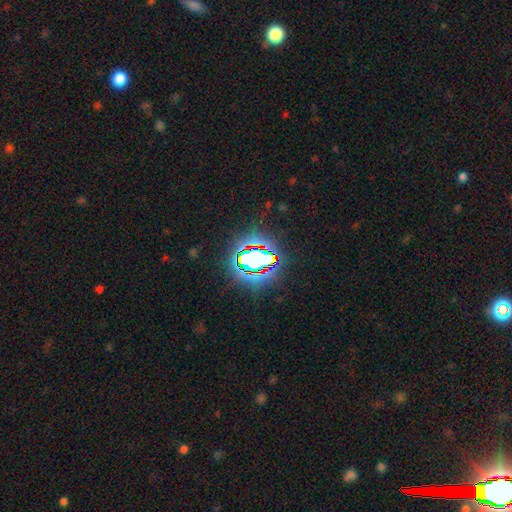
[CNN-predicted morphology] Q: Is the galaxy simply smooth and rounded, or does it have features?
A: star or artifact — 66%.